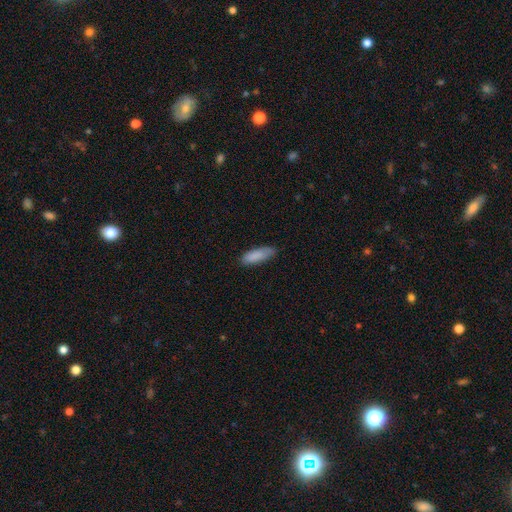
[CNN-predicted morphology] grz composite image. It shows a smooth galaxy with no disk features (87%) that is in between round and cigar-shaped (54%). Merging: none (77%).